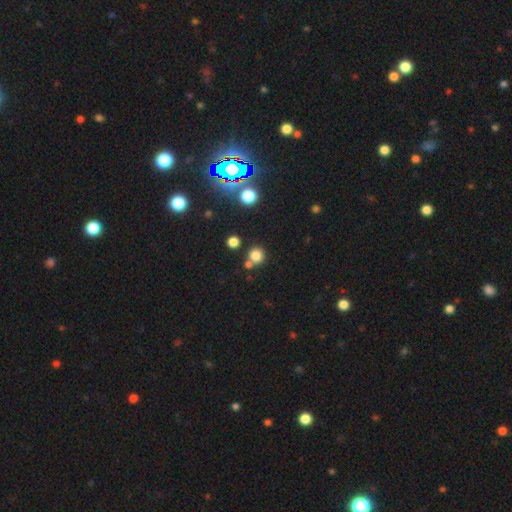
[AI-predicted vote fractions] A smooth galaxy with no disk features (79%) that is round (91%). Merging: none (68%).